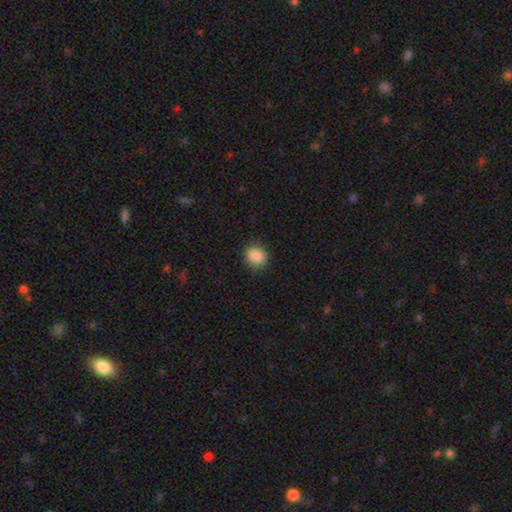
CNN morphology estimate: smooth 88%, star or artifact 9%, featured or disk 3%. Down the decision tree: how rounded — round (58%); merging — none (84%).